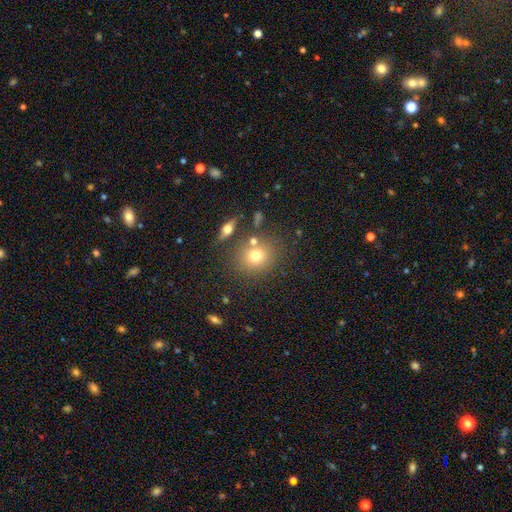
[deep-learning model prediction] Q: Smooth or featured?
A: smooth (71%); runner-up: featured or disk (16%)
Q: How rounded?
A: round (71%); runner-up: in between (28%)
Q: Merging?
A: none (74%); runner-up: merger (11%)